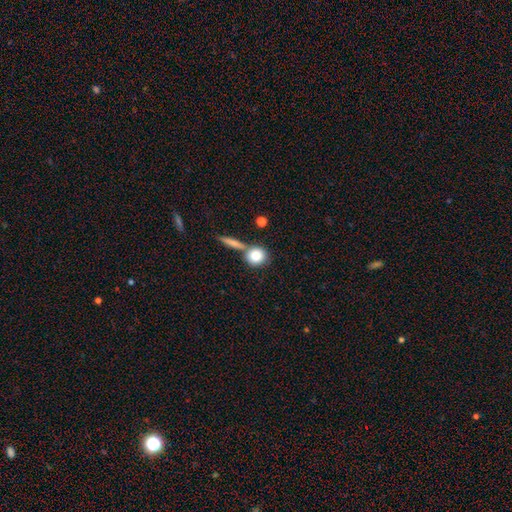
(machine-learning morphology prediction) smooth_or_featured: smooth (p=0.83) [alt: featured or disk p=0.10]
how_rounded: round (p=0.84) [alt: in between p=0.13]
merging: none (p=0.62) [alt: merger p=0.24]